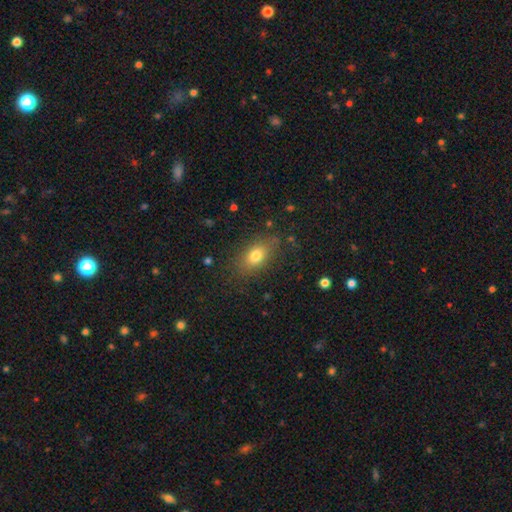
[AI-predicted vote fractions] smooth 76%, featured or disk 13%, star or artifact 11%. Down the decision tree: how rounded — in between (81%); merging — none (80%).